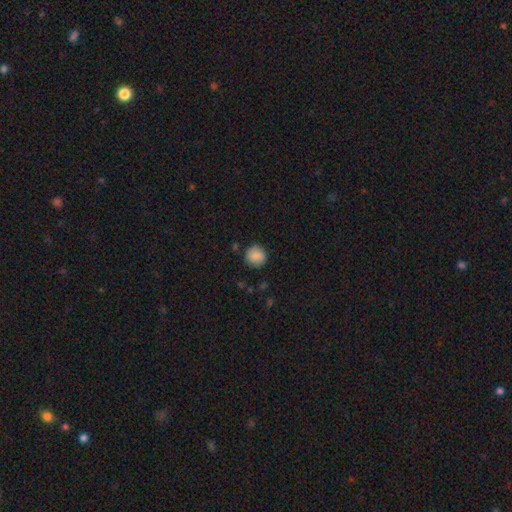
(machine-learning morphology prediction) This appears to be a smooth galaxy with no disk features (85%) that is round (90%). Merging: none (84%).